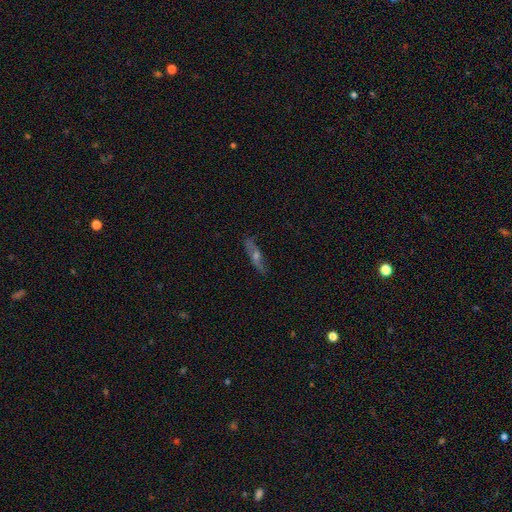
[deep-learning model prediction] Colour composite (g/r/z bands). It shows a featured or disk galaxy (59%) viewed edge-on (67%). Merging: none (84%).